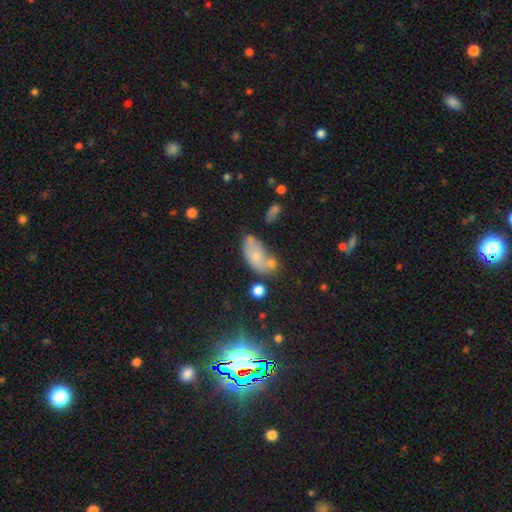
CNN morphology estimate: The model was most divided on "merging": none: 36%, merger: 29%, minor disturbance: 23%, major disturbance: 12%. More confident: how rounded — in between (90%); smooth or featured — smooth (65%).